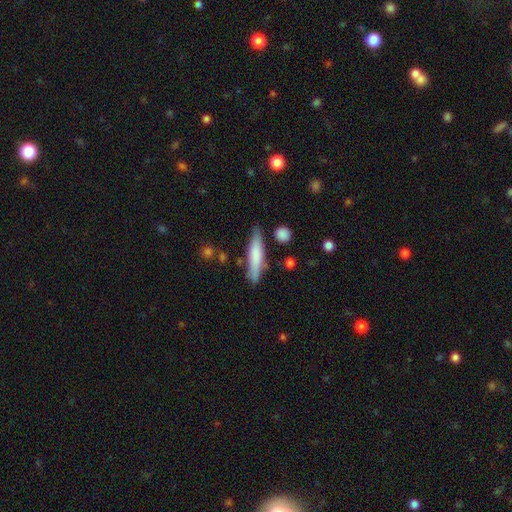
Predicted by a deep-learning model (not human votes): A smooth galaxy with no disk features (70%) that is cigar-shaped (82%). Merging: none (78%).